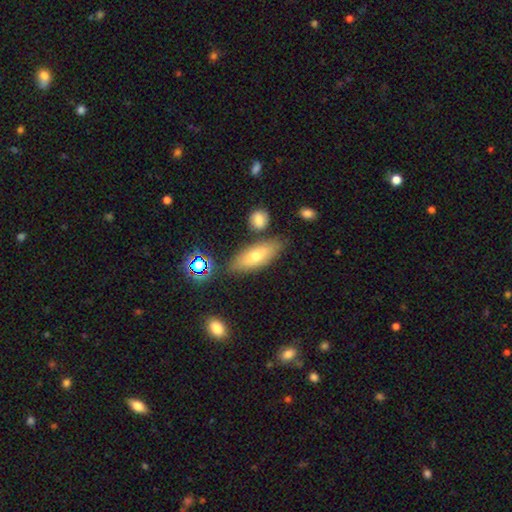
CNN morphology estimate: A smooth galaxy with no disk features (64%) that is in between round and cigar-shaped (68%). Merging: none (78%).